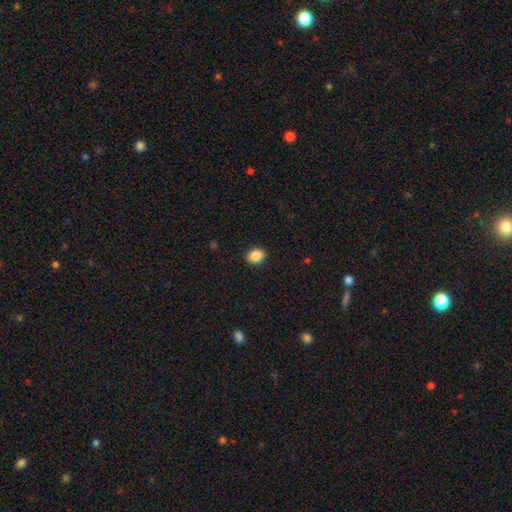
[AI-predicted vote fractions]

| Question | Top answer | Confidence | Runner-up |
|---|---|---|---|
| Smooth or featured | smooth | 88% | star or artifact (8%) |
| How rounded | in between | 73% | round (26%) |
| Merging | none | 90% | minor disturbance (7%) |